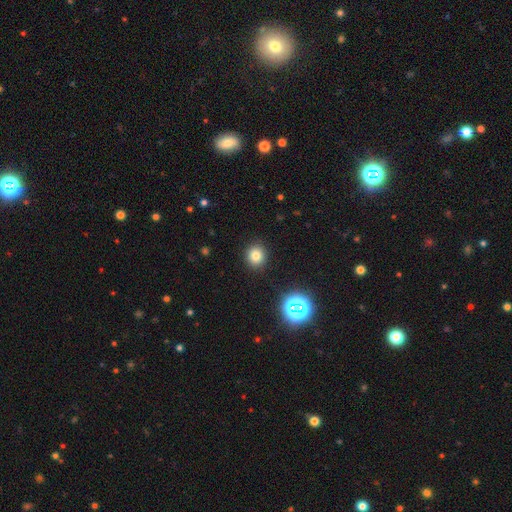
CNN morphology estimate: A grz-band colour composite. It shows a smooth galaxy with no disk features (78%) that is round (85%). Merging: none (91%).